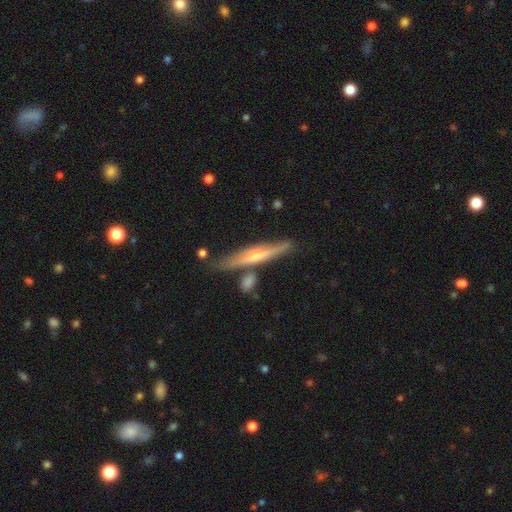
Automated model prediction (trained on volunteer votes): A featured or disk galaxy (60%) viewed edge-on (93%) with a rounded central bulge (62%).

Vote fractions:
- Smooth or featured? featured or disk: 60% / smooth: 34% / star or artifact: 6%
- Edge-on disk? yes: 93% / no: 7%
- Edge-on bulge? rounded: 62% / none: 28% / boxy: 10%
- Merging? none: 75% / minor disturbance: 12% / merger: 9% / major disturbance: 3%